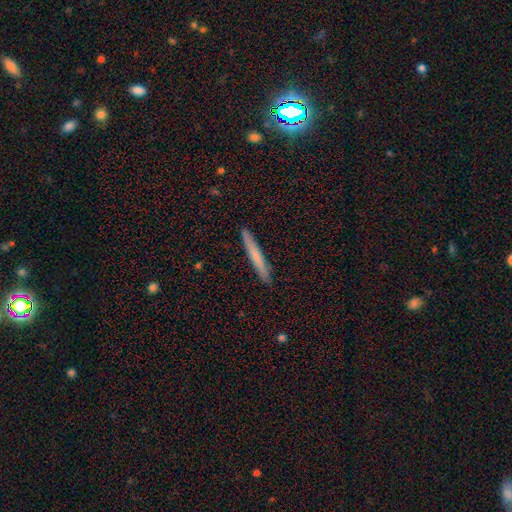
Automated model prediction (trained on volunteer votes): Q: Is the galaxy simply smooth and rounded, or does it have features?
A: smooth — 63%.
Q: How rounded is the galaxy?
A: cigar-shaped — 96%.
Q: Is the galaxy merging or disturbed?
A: none — 92%.